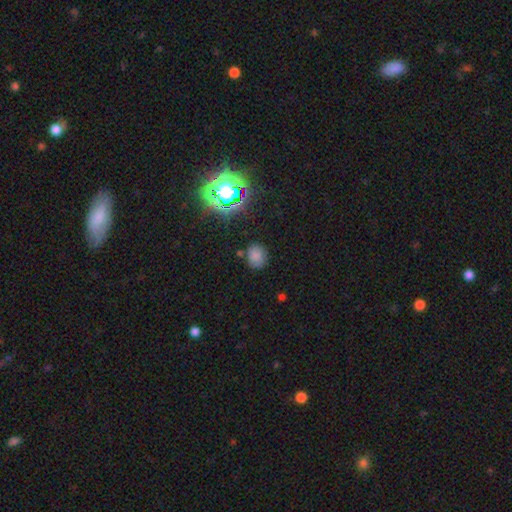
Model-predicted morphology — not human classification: Smooth or featured? smooth (72%)
How rounded? round (64%)
Merging? none (78%)